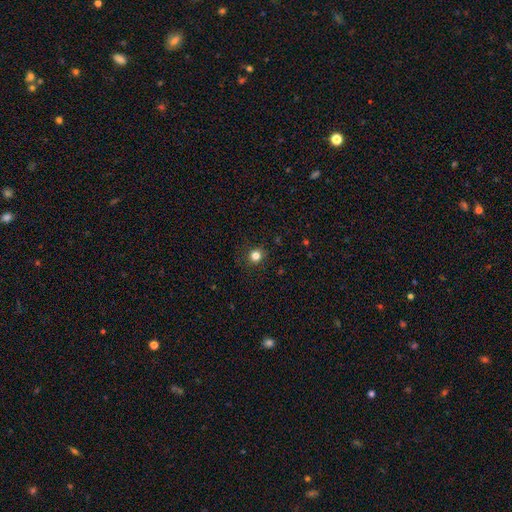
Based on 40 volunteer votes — Smooth or featured?
  - smooth: 75% *
  - featured or disk: 12%
  - star or artifact: 12%
How rounded?
  - round: 100% *
  - in between: 0%
  - cigar-shaped: 0%
Merging?
  - none: 86% *
  - minor disturbance: 14%
  - major disturbance: 0%
  - merger: 0%